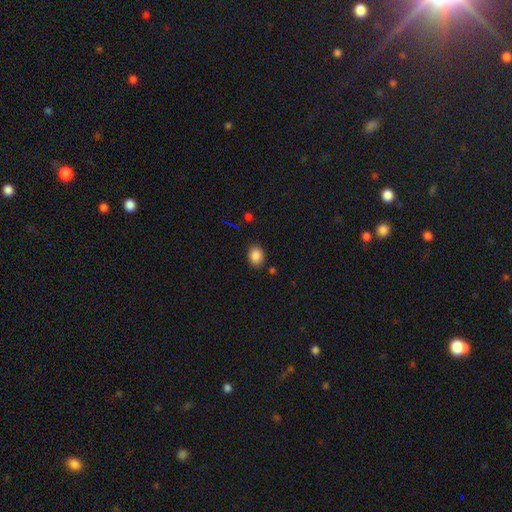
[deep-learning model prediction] smooth 86%, star or artifact 10%, featured or disk 4%. Down the decision tree: how rounded — in between (59%); merging — none (83%).